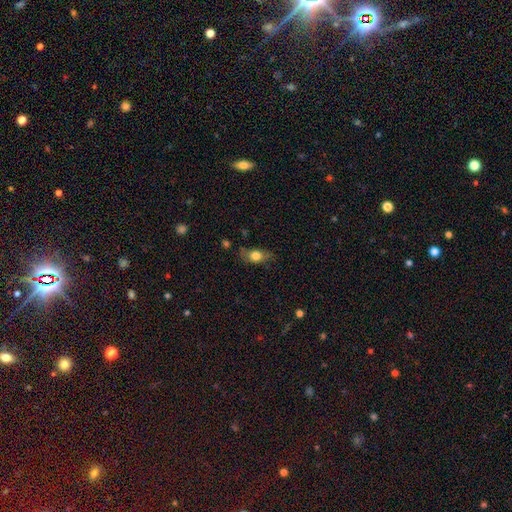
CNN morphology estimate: Q: Smooth or featured?
A: smooth (71%); runner-up: featured or disk (20%)
Q: How rounded?
A: in between (71%); runner-up: round (18%)
Q: Merging?
A: none (64%); runner-up: minor disturbance (25%)